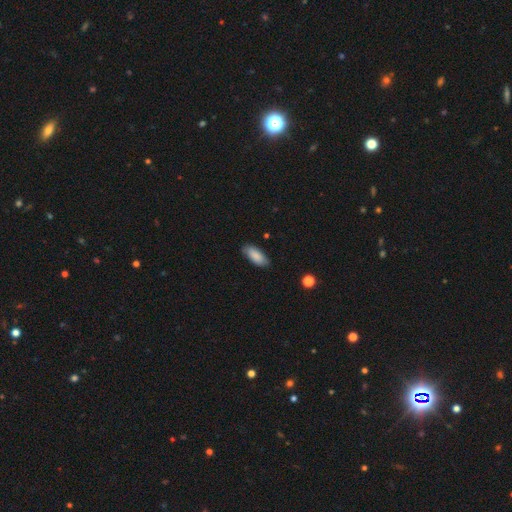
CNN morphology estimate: Smooth or featured? smooth (87%)
How rounded? in between (85%)
Merging? none (81%)